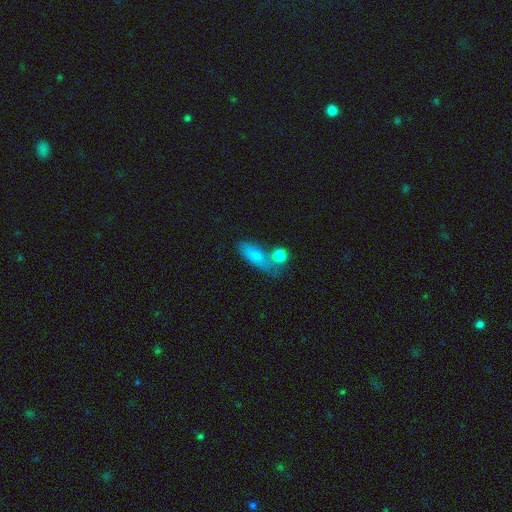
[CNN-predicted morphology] Smooth or featured?
  - smooth: 78% *
  - featured or disk: 14%
  - star or artifact: 8%
How rounded?
  - in between: 68% *
  - cigar-shaped: 23%
  - round: 9%
Merging?
  - none: 42% *
  - merger: 33%
  - minor disturbance: 16%
  - major disturbance: 9%